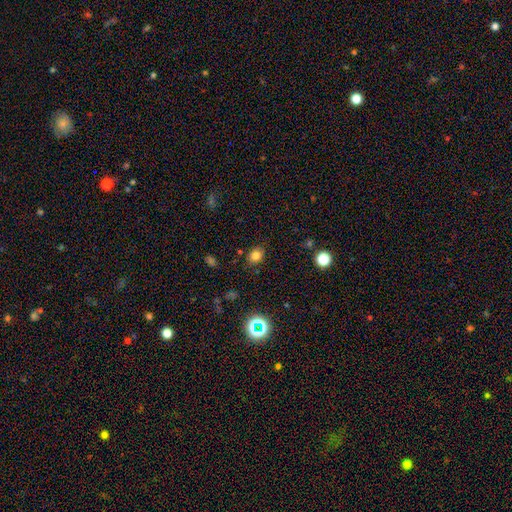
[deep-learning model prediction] Morphology: type=smooth (78%); roundness=in between (51%); merging=none (84%).